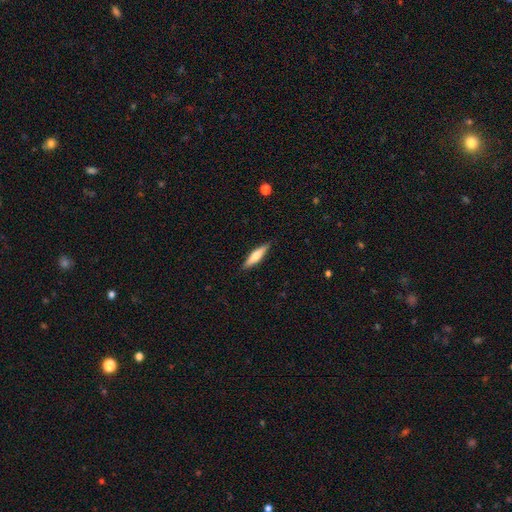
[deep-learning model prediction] Smooth or featured?
  - smooth: 57% *
  - featured or disk: 38%
  - star or artifact: 6%
How rounded?
  - cigar-shaped: 75% *
  - in between: 23%
  - round: 2%
Merging?
  - none: 89% *
  - minor disturbance: 9%
  - major disturbance: 2%
  - merger: 1%